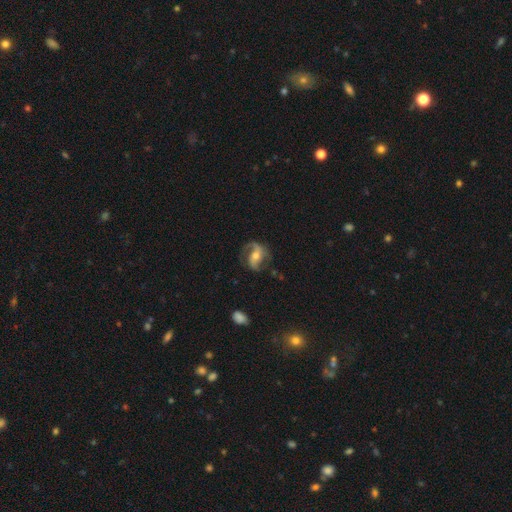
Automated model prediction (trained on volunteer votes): This appears to be a featured or disk galaxy (82%) with a weak bar (37%), 2 (82%) medium (46%) spiral arms (95%) and a moderate central bulge (58%). Merging: none (66%).